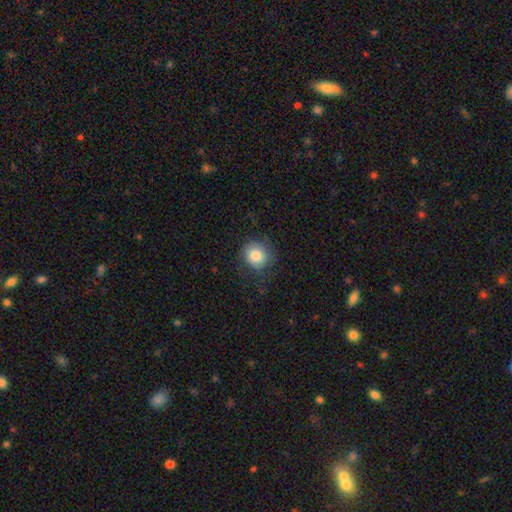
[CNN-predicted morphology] This is clearly a smooth galaxy (82%). How rounded: clearly round (85%). Merging: likely none (72%).